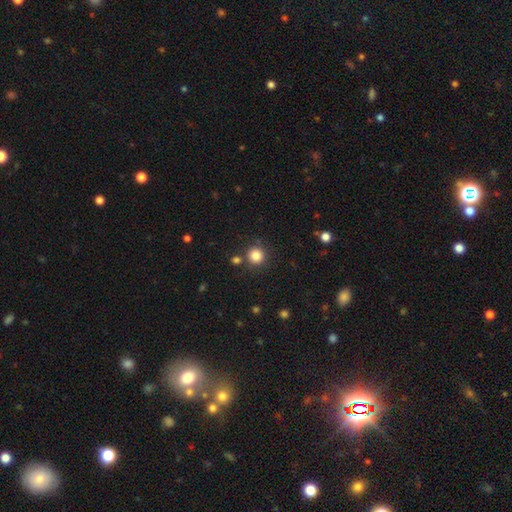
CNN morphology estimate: A smooth galaxy with no disk features (83%) that is round (93%).

Vote fractions:
- Smooth or featured? smooth: 83% / star or artifact: 12% / featured or disk: 5%
- How rounded? round: 93% / in between: 6% / cigar-shaped: 1%
- Merging? none: 83% / minor disturbance: 8% / merger: 7% / major disturbance: 3%